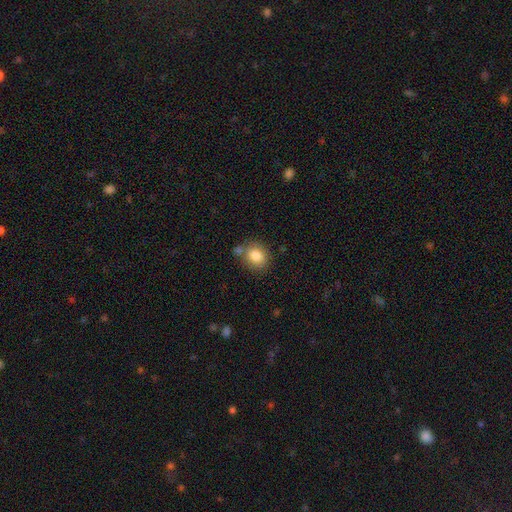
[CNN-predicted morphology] Smooth or featured? Predicted: smooth (p=0.84). How rounded? Predicted: round (p=0.64). Merging? Predicted: none (p=0.66).